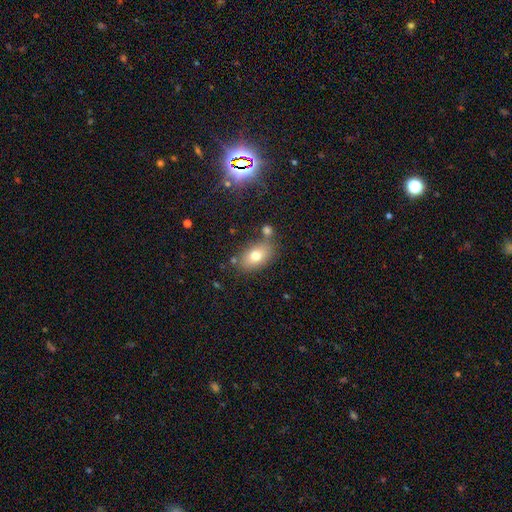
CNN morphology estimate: This appears to be a smooth galaxy with no disk features (75%) that is in between round and cigar-shaped (87%). Merging: none (71%).